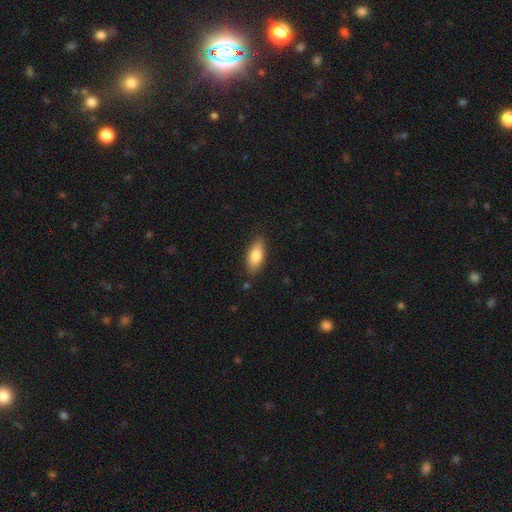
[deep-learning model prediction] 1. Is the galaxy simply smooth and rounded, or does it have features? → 81% smooth, 13% featured or disk, 6% star or artifact.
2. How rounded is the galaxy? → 81% in between, 17% cigar-shaped, 2% round.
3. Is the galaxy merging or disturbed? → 85% none, 11% minor disturbance, 2% major disturbance, 1% merger.